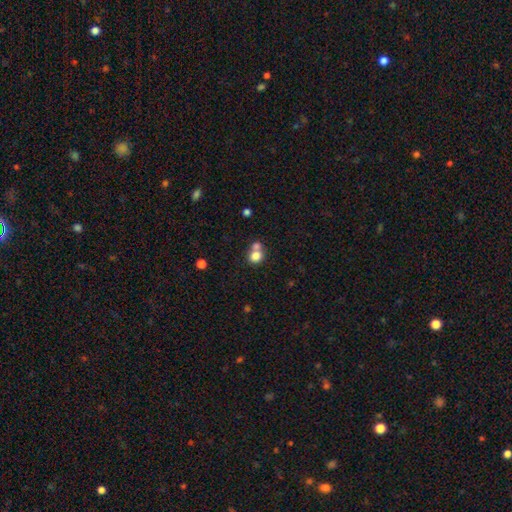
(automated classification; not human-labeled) Morphology: type=smooth (80%); roundness=round (79%); merging=merger (47%).